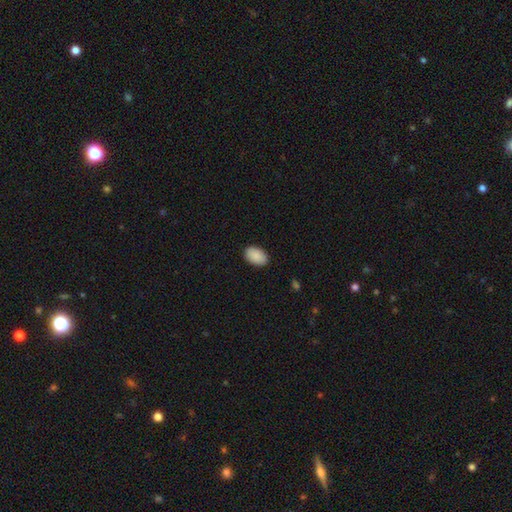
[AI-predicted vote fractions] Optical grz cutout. It shows a smooth galaxy with no disk features (90%) that is in between round and cigar-shaped (91%). Merging: none (89%).